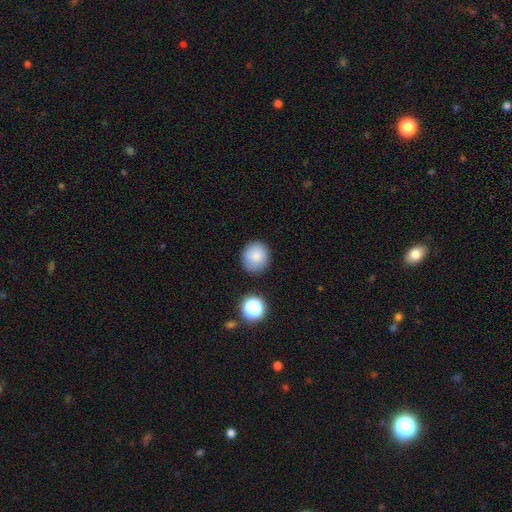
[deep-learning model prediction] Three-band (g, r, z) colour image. It shows a smooth galaxy with no disk features (83%) that is round (87%). Merging: none (84%).